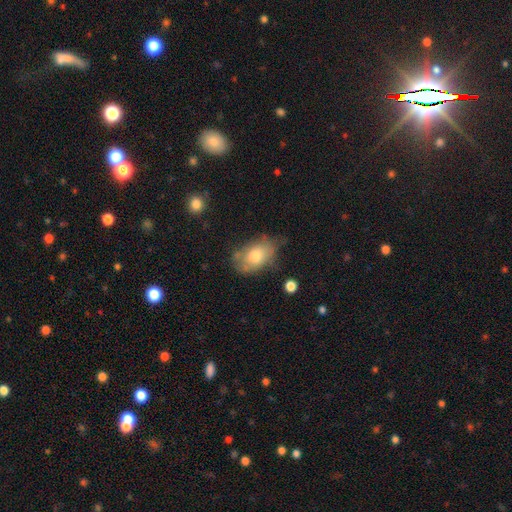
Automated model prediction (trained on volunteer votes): This appears to be a smooth galaxy with no disk features (69%) that is in between round and cigar-shaped (87%). Merging: none (54%).